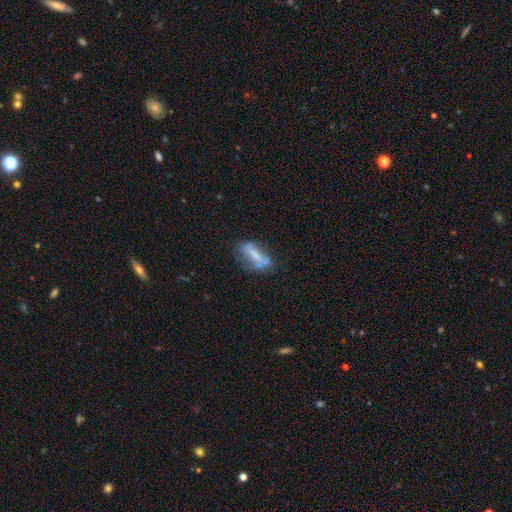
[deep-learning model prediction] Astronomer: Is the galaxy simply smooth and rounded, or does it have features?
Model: featured or disk — 45%, tied with smooth at 45%.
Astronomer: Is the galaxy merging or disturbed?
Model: none — 43% (runner-up: minor disturbance, 26%).